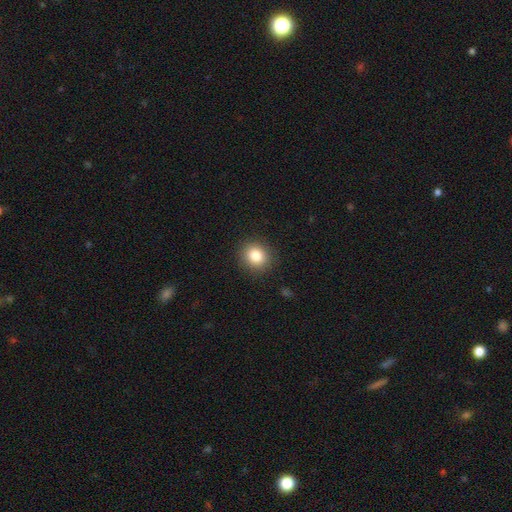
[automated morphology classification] Smooth or featured?
  - smooth: 84% *
  - star or artifact: 10%
  - featured or disk: 6%
How rounded?
  - round: 81% *
  - in between: 19%
  - cigar-shaped: 1%
Merging?
  - none: 90% *
  - minor disturbance: 7%
  - major disturbance: 2%
  - merger: 1%